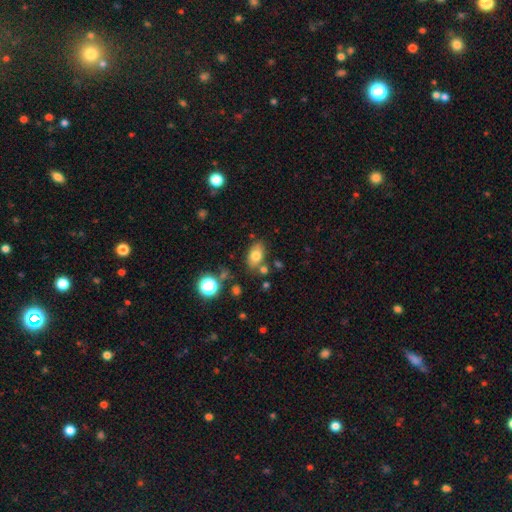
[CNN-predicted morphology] A smooth galaxy with no disk features (76%) that is in between round and cigar-shaped (85%). Merging: none (72%).